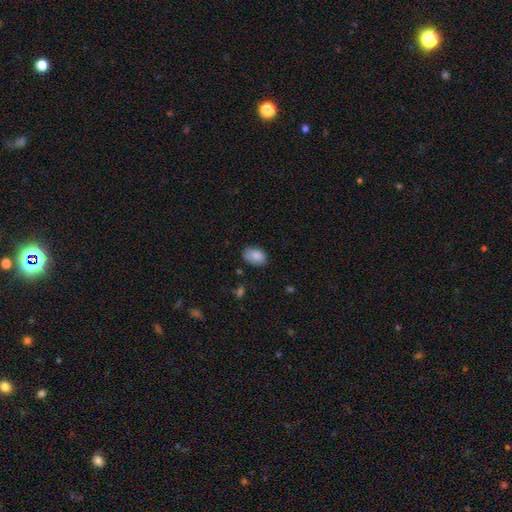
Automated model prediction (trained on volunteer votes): This appears to be a smooth galaxy with no disk features (85%) that is in between round and cigar-shaped (85%). Merging: none (73%).